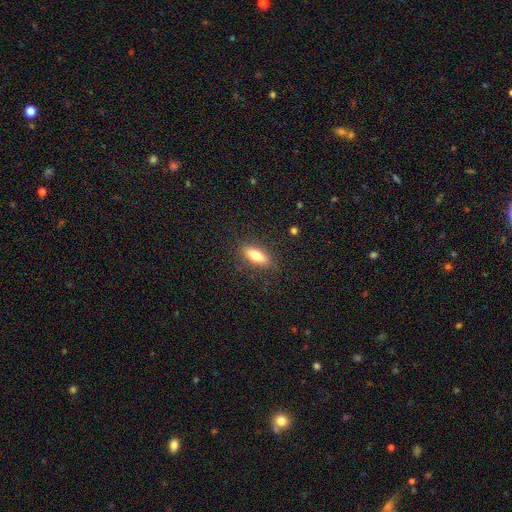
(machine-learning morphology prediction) smooth-or-featured: smooth: 75% | featured or disk: 17% | star or artifact: 7%
  how-rounded: in between: 71% | cigar-shaped: 26% | round: 3%
  merging: none: 85% | minor disturbance: 11% | major disturbance: 3% | merger: 1%